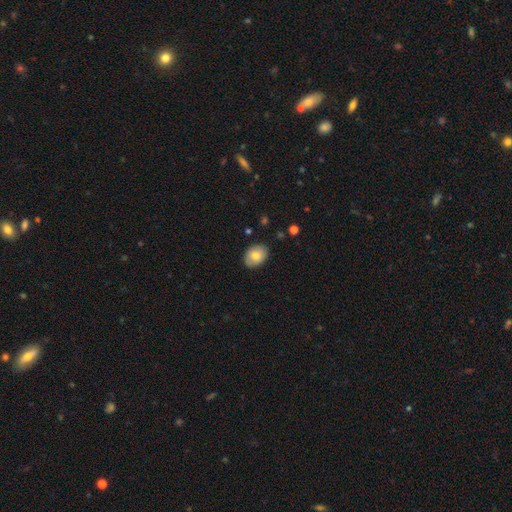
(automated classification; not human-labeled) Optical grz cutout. It shows a smooth galaxy with no disk features (77%) that is in between round and cigar-shaped (73%). Merging: none (83%).